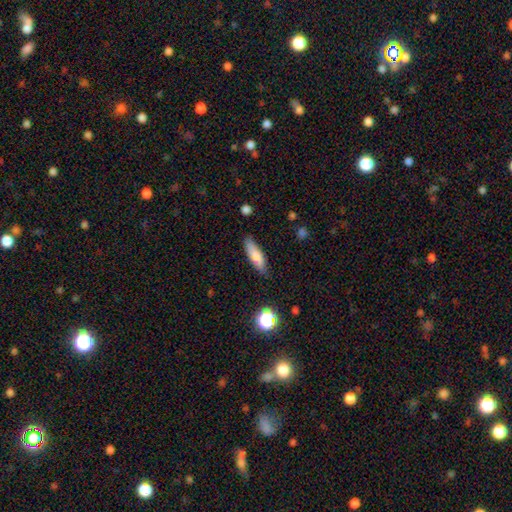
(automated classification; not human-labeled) smooth-or-featured: smooth: 79% | featured or disk: 13% | star or artifact: 7%
  how-rounded: cigar-shaped: 57% | in between: 41% | round: 2%
  merging: none: 81% | minor disturbance: 15% | major disturbance: 3% | merger: 2%